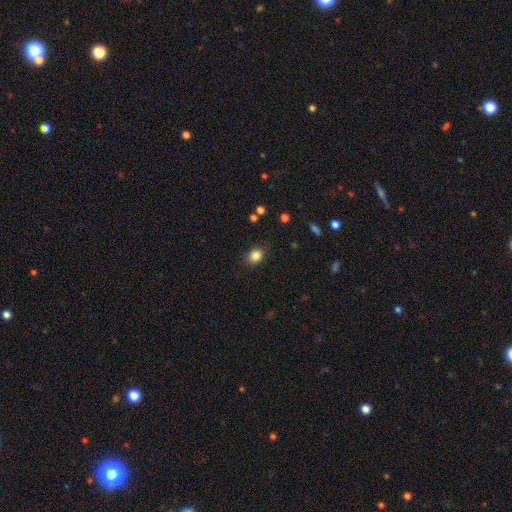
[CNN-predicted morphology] Overall: smooth (85%). How rounded: in between (52%; round 47%). Merging: none (86%).